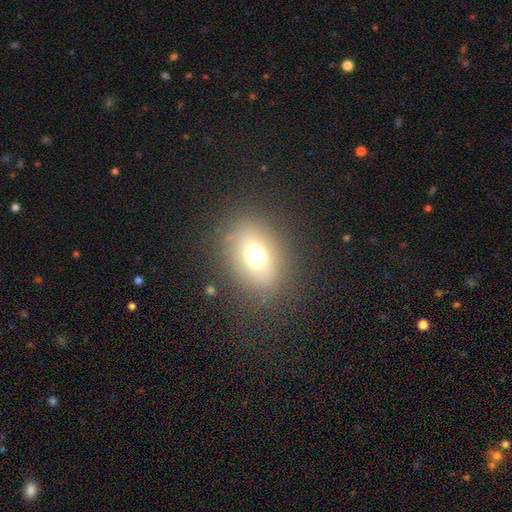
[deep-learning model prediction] smooth-or-featured: smooth: 65% | star or artifact: 19% | featured or disk: 16%
  how-rounded: in between: 55% | round: 43% | cigar-shaped: 1%
  merging: none: 81% | minor disturbance: 11% | major disturbance: 7% | merger: 2%